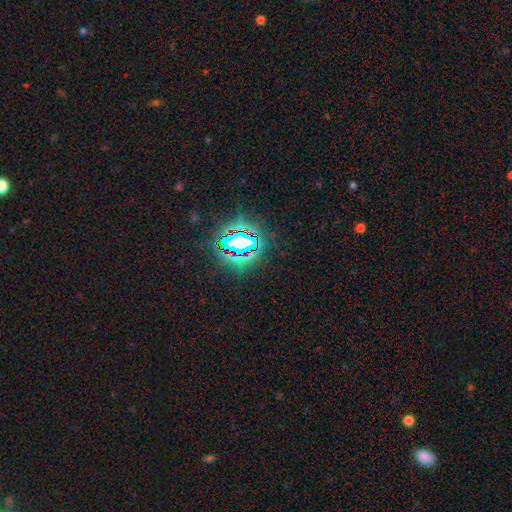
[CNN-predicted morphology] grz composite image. It shows a star or artifact, not a galaxy (83%).